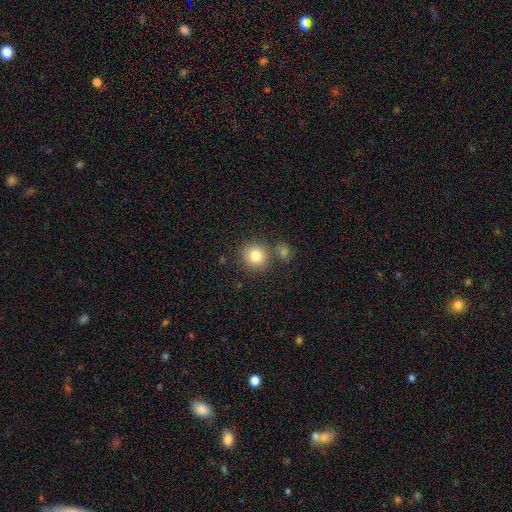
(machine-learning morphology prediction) Overall: smooth (82%). How rounded: round (88%). Merging: none (74%).